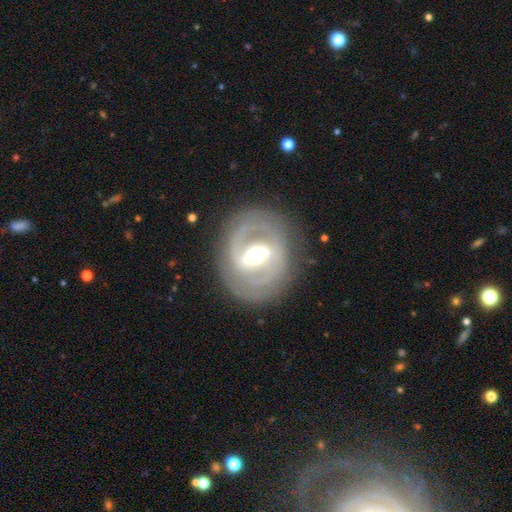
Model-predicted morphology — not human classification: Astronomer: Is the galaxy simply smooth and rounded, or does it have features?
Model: featured or disk — 79%.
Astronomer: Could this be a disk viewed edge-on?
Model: no — 95%.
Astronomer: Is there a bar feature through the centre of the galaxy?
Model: strong — 50% (runner-up: weak, 34%).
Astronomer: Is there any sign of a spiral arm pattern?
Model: yes — 71%.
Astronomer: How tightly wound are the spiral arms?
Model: tight — 46% (runner-up: medium, 37%).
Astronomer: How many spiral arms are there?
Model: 2 — 74%.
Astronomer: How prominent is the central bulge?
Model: moderate — 62%.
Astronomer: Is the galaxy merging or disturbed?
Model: none — 79%.